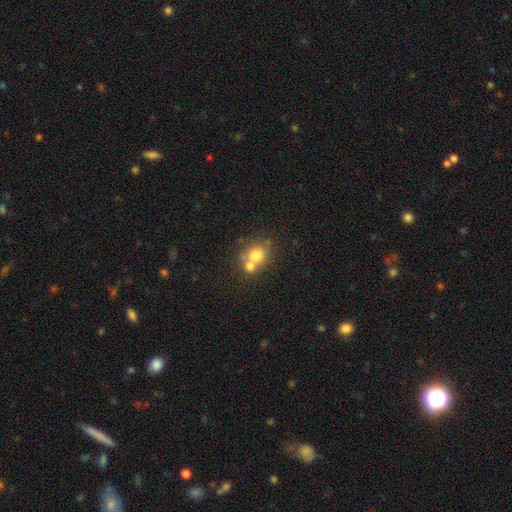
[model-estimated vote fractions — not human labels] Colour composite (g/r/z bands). It shows a smooth galaxy with no disk features (73%) that is round (73%). Merging: merger (51%).